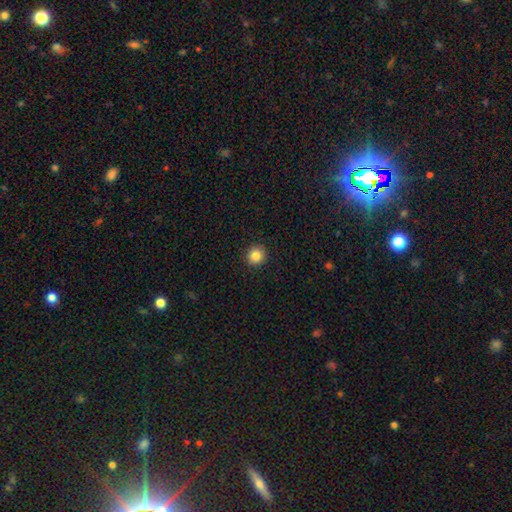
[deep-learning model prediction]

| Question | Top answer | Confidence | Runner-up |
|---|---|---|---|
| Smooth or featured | smooth | 85% | star or artifact (11%) |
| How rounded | round | 92% | in between (7%) |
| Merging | none | 93% | minor disturbance (5%) |